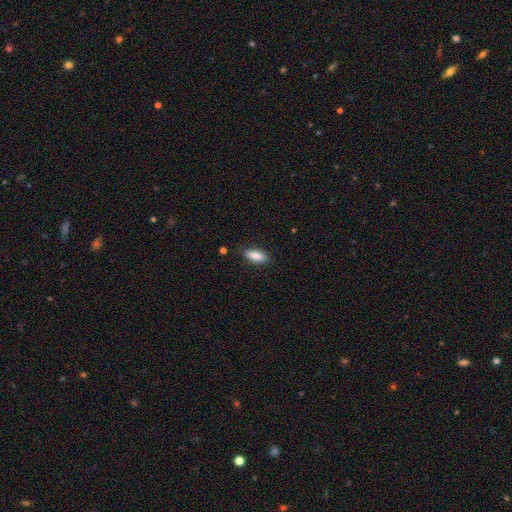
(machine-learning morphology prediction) Smooth or featured? smooth (85%)
How rounded? in between (80%)
Merging? none (85%)